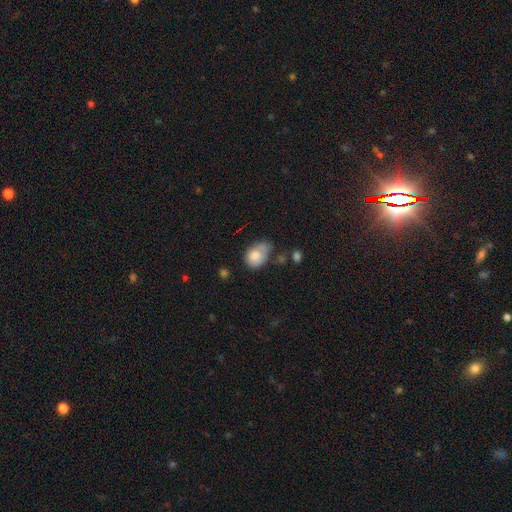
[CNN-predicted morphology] This is likely a smooth galaxy (76%). How rounded: likely in between (68%). Merging: marginally minor disturbance (37%).